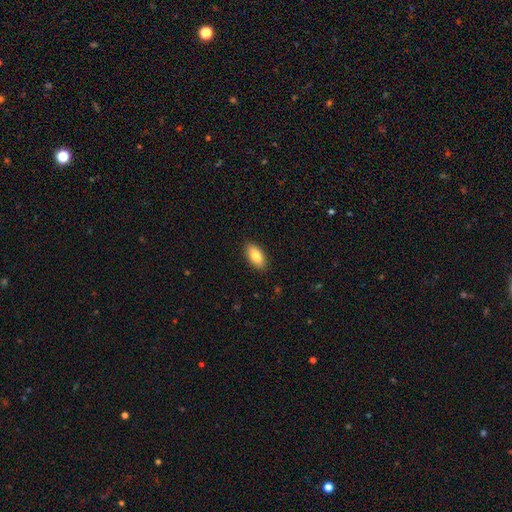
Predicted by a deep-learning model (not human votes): smooth-or-featured: smooth: 84% | featured or disk: 10% | star or artifact: 6%
  how-rounded: in between: 91% | cigar-shaped: 7% | round: 3%
  merging: none: 89% | minor disturbance: 8% | major disturbance: 2% | merger: 1%